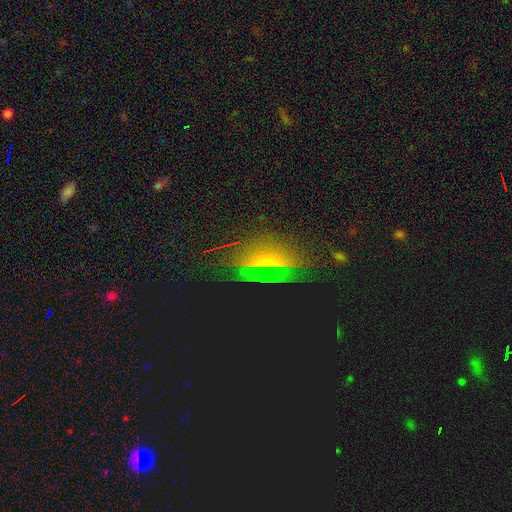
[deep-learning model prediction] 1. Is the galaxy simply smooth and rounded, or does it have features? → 54% star or artifact, 24% smooth, 22% featured or disk.